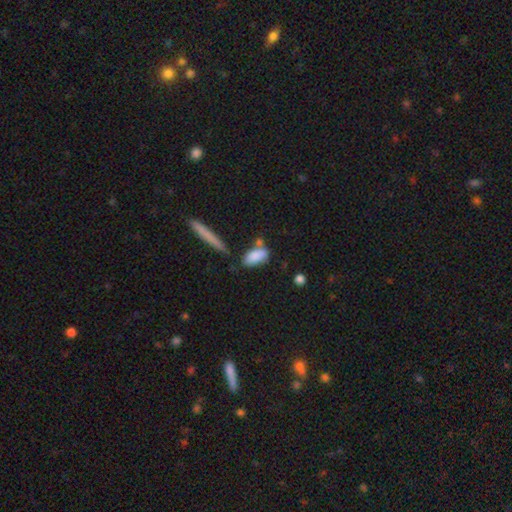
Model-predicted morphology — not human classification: A smooth galaxy with no disk features (83%) that is in between round and cigar-shaped (83%). Merging: none (58%).